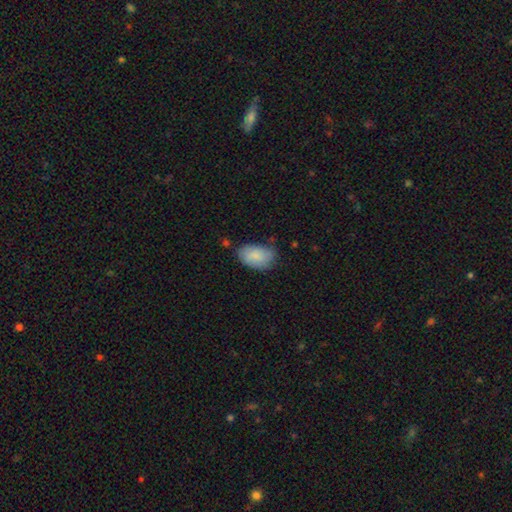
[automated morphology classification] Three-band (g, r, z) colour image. It shows a smooth galaxy with no disk features (83%) that is in between round and cigar-shaped (92%). Merging: none (65%).